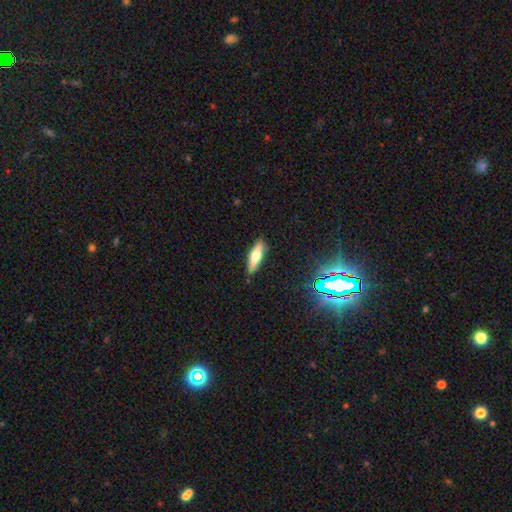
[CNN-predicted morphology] smooth_or_featured: smooth (p=0.57) [alt: featured or disk p=0.35]
how_rounded: cigar-shaped (p=0.61) [alt: in between p=0.37]
merging: none (p=0.87) [alt: minor disturbance p=0.09]